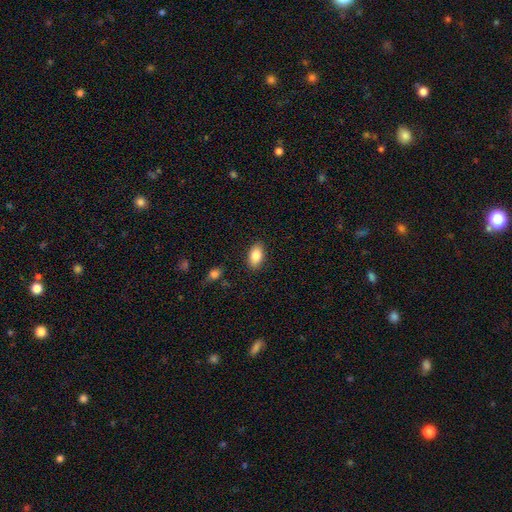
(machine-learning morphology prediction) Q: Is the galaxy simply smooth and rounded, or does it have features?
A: smooth — 84%.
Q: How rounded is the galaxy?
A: in between — 91%.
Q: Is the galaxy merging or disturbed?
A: none — 87%.